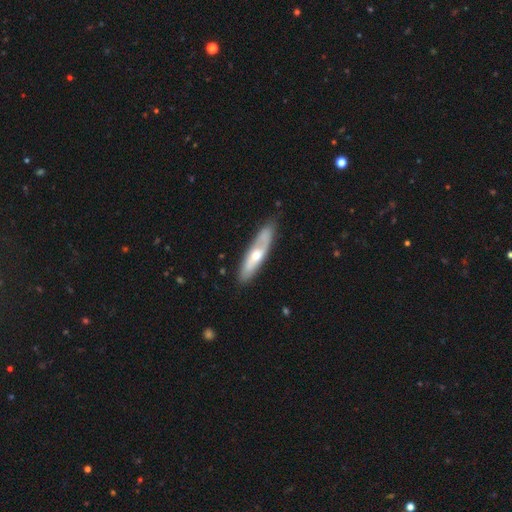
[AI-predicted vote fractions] Overall: featured or disk (56%; smooth 39%). Edge-on disk: no (53%; yes 47%). Merging: none (79%).